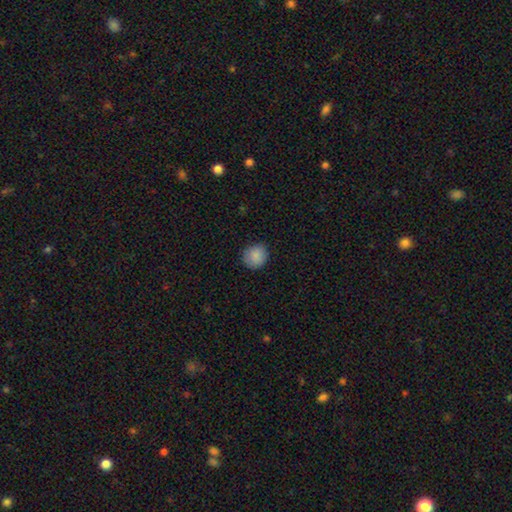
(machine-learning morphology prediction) type=smooth (88%); roundness=round (87%); merging=none (87%).